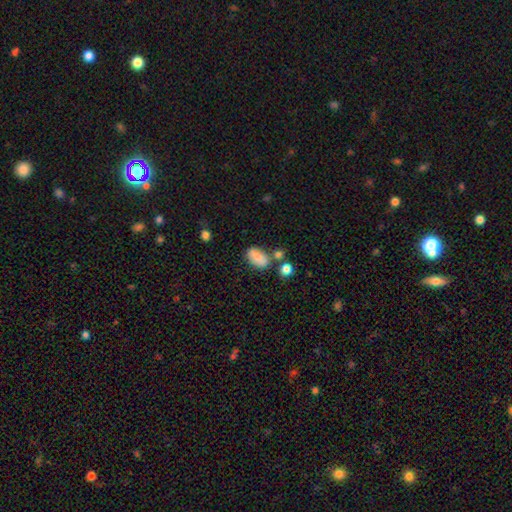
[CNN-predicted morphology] Smooth or featured? Predicted: smooth (p=0.79). How rounded? Predicted: in between (p=0.88). Merging? Predicted: none (p=0.59).